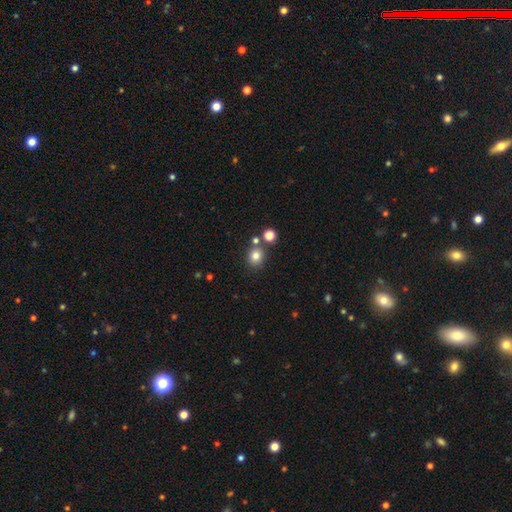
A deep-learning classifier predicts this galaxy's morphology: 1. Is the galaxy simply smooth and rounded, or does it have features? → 79% smooth, 14% star or artifact, 7% featured or disk.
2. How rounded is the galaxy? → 76% round, 23% in between, 1% cigar-shaped.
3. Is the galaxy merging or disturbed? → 73% none, 14% merger, 9% minor disturbance, 3% major disturbance.